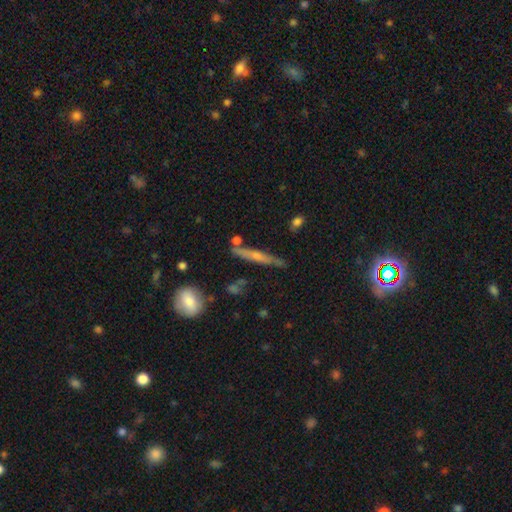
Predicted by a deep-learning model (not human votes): Overall: featured or disk (54%; smooth 38%). Edge-on disk: yes (93%). Edge-on bulge: rounded (63%; none 29%). Merging: none (79%).